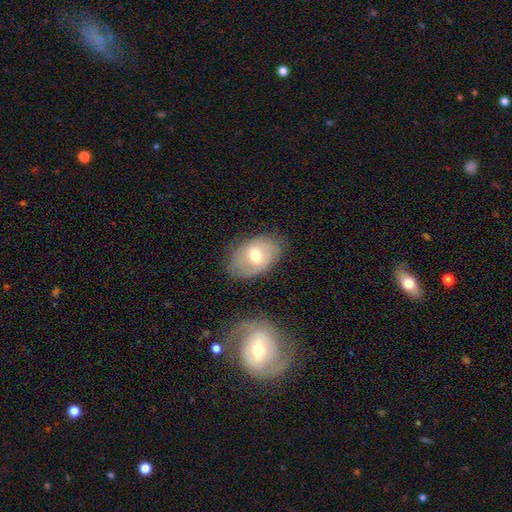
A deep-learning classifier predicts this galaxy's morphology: Smooth or featured?
  - smooth: 47% *
  - featured or disk: 45%
  - star or artifact: 8%
Merging?
  - none: 71% *
  - minor disturbance: 20%
  - major disturbance: 6%
  - merger: 4%